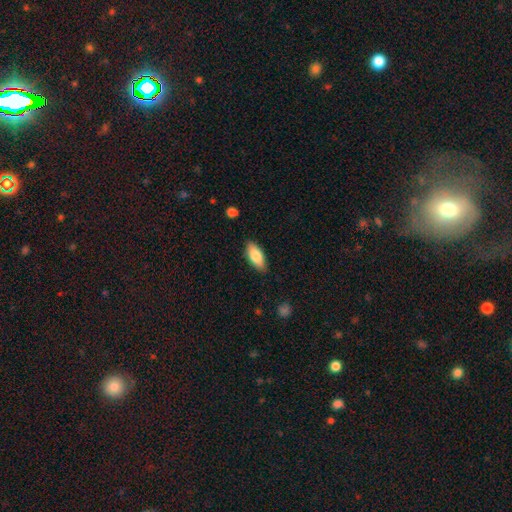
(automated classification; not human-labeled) Q: Smooth or featured?
A: smooth (81%); runner-up: featured or disk (13%)
Q: How rounded?
A: in between (83%); runner-up: cigar-shaped (15%)
Q: Merging?
A: none (86%); runner-up: minor disturbance (11%)